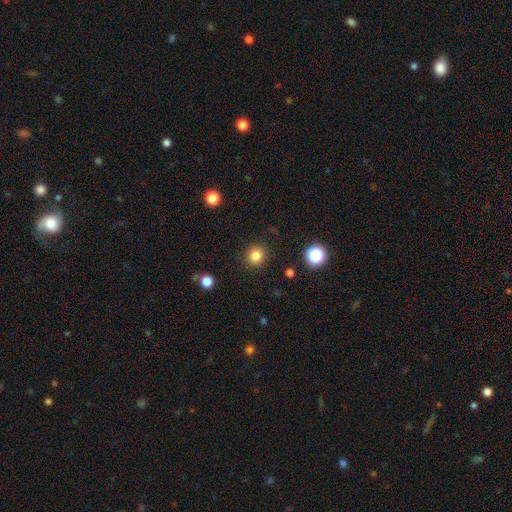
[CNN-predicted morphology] Overall: smooth (83%). How rounded: round (89%). Merging: none (90%).